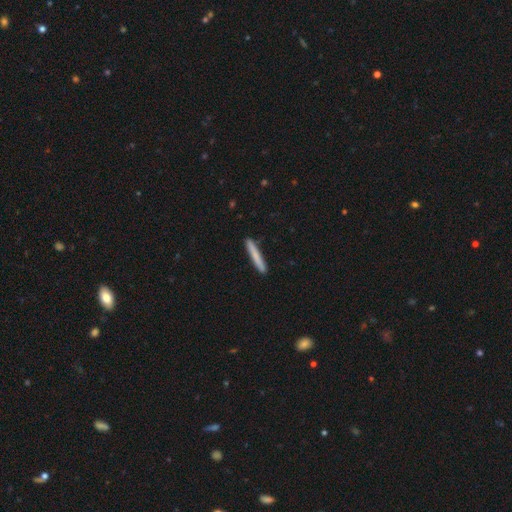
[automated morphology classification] Smooth or featured?
  - smooth: 76% *
  - featured or disk: 18%
  - star or artifact: 6%
How rounded?
  - cigar-shaped: 96% *
  - in between: 3%
  - round: 1%
Merging?
  - none: 90% *
  - minor disturbance: 7%
  - major disturbance: 1%
  - merger: 1%